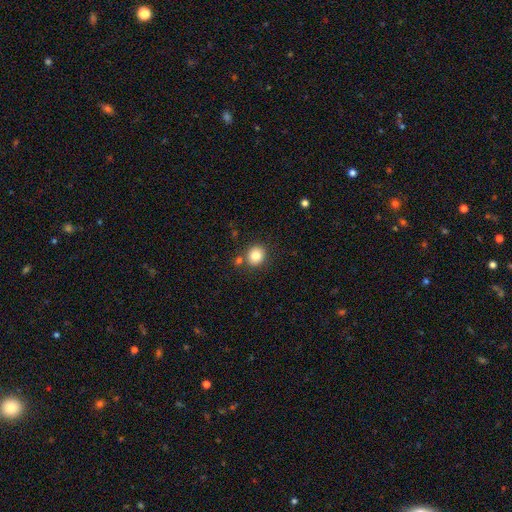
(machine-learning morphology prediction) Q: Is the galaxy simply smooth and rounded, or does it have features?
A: smooth — 82%.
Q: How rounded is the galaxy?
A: round — 81%.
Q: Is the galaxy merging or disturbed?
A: none — 80%.